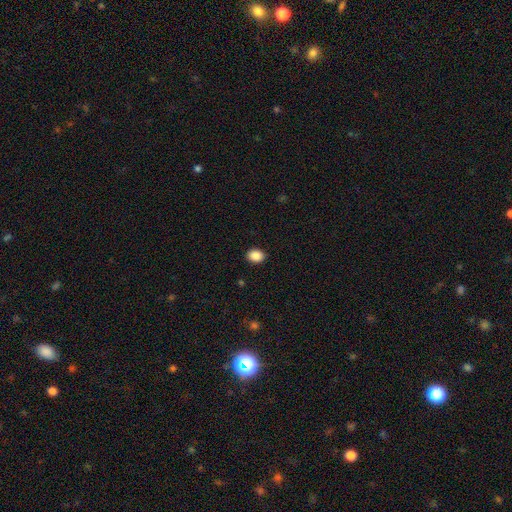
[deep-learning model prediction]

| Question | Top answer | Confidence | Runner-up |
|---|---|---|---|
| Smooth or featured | smooth | 88% | star or artifact (8%) |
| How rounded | in between | 58% | round (41%) |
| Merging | none | 91% | minor disturbance (7%) |